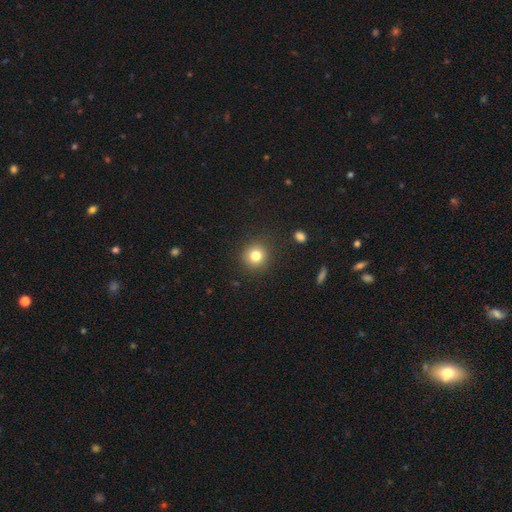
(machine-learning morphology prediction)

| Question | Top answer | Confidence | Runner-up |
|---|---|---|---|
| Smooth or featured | smooth | 80% | star or artifact (12%) |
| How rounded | round | 92% | in between (7%) |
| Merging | none | 89% | minor disturbance (7%) |